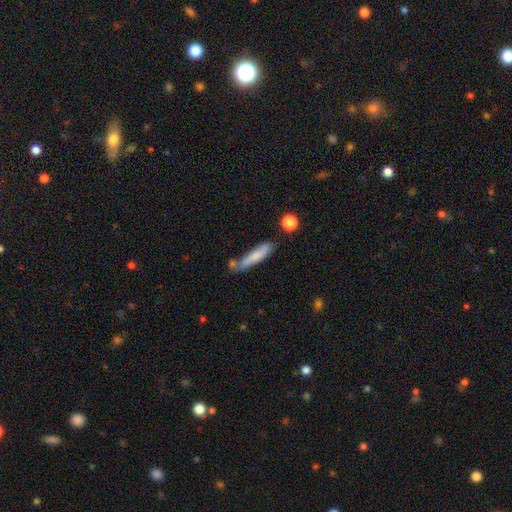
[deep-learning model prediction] Smooth or featured? Predicted: smooth (p=0.71). How rounded? Predicted: cigar-shaped (p=0.83). Merging? Predicted: none (p=0.53).